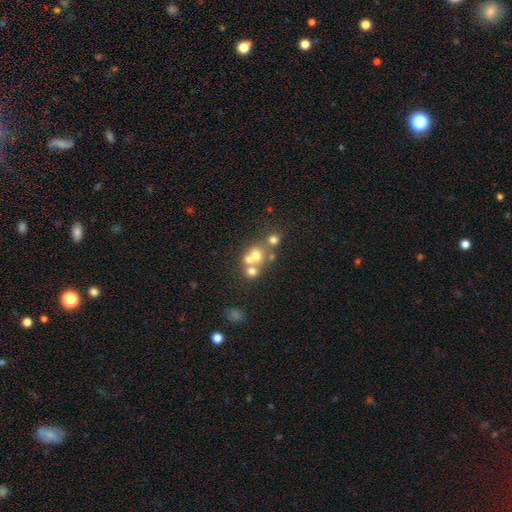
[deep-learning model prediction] Morphology: type=smooth (56%); roundness=round (79%); merging=merger (51%).